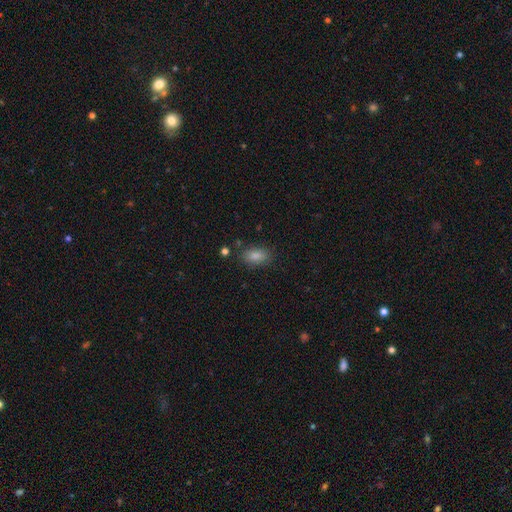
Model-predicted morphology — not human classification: Smooth or featured? Predicted: smooth (p=0.85). How rounded? Predicted: in between (p=0.89). Merging? Predicted: none (p=0.82).